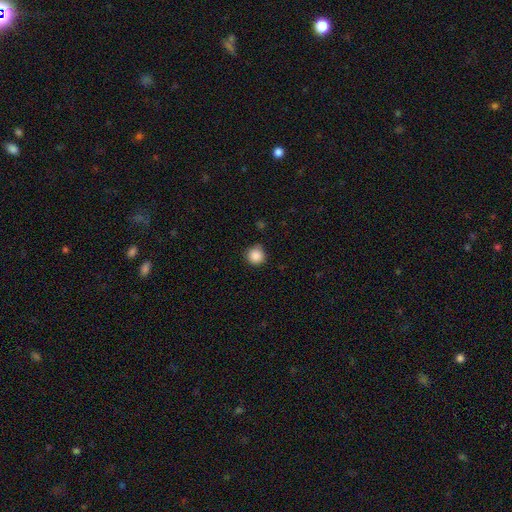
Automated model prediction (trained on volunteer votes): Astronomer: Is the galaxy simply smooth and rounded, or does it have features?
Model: smooth — 87%.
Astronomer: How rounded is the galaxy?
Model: round — 95%.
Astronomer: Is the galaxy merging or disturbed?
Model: none — 85%.